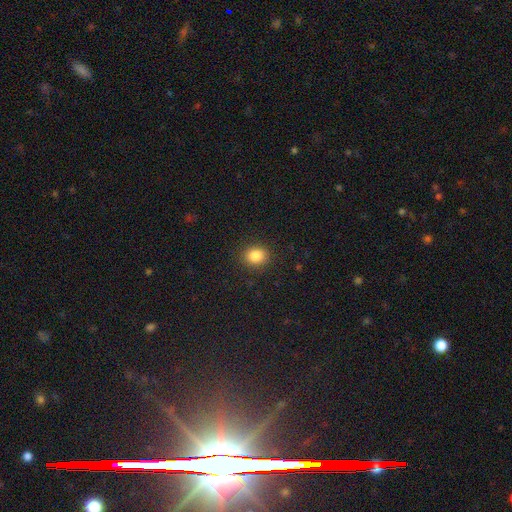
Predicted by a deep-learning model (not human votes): smooth_or_featured: smooth (p=0.85) [alt: star or artifact p=0.10]
how_rounded: round (p=0.67) [alt: in between p=0.32]
merging: none (p=0.89) [alt: minor disturbance p=0.07]